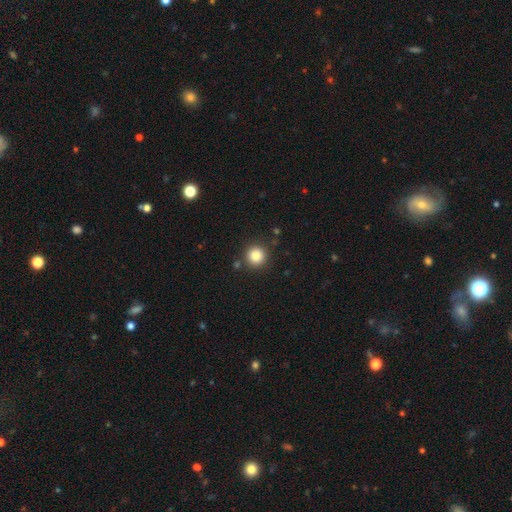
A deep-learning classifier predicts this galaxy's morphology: Smooth or featured? smooth (85%)
How rounded? round (95%)
Merging? none (87%)